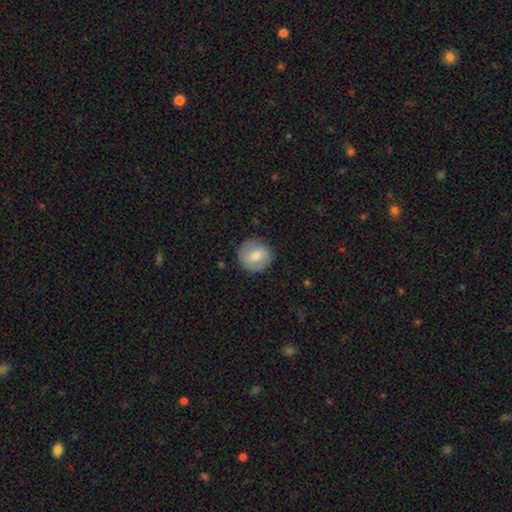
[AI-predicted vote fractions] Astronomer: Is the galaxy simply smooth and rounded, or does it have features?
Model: smooth — 69%.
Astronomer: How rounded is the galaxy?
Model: round — 93%.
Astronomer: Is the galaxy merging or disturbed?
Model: none — 86%.